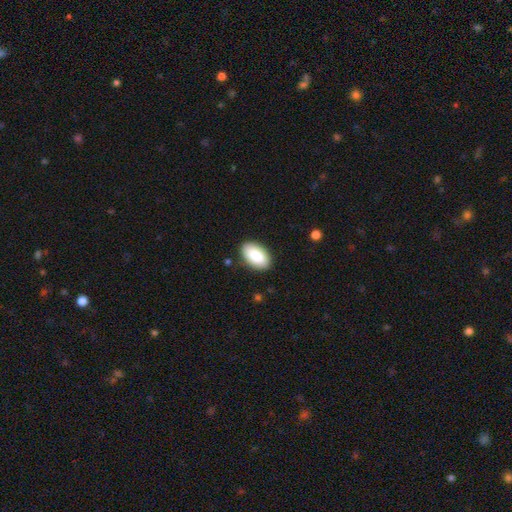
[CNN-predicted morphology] This is clearly a smooth galaxy (87%). How rounded: clearly in between (95%). Merging: clearly none (88%).